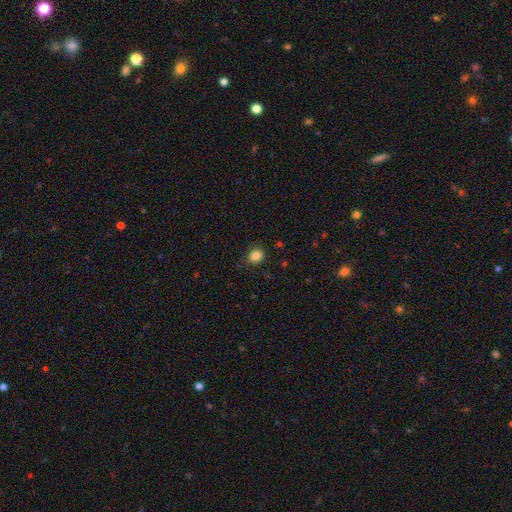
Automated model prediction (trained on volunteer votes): Smooth or featured? Predicted: smooth (p=0.85). How rounded? Predicted: round (p=0.70). Merging? Predicted: none (p=0.86).